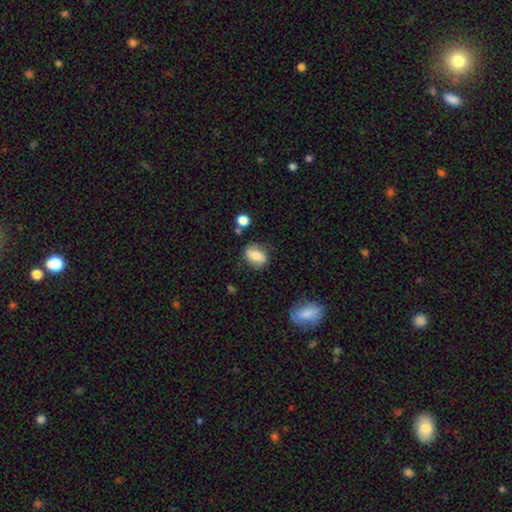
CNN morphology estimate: This is likely a smooth galaxy (73%). How rounded: likely in between (77%). Merging: likely none (68%).